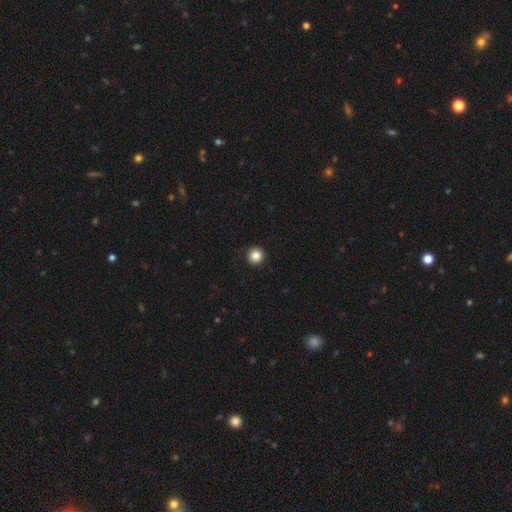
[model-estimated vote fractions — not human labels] Smooth or featured?
  - smooth: 86% *
  - star or artifact: 11%
  - featured or disk: 3%
How rounded?
  - round: 96% *
  - in between: 3%
  - cigar-shaped: 1%
Merging?
  - none: 92% *
  - minor disturbance: 6%
  - major disturbance: 2%
  - merger: 1%